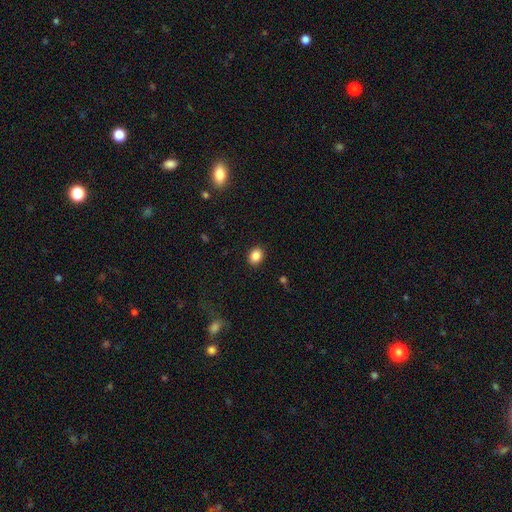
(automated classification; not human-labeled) smooth_or_featured: smooth (p=0.87) [alt: star or artifact p=0.09]
how_rounded: in between (p=0.54) [alt: round p=0.45]
merging: none (p=0.90) [alt: minor disturbance p=0.07]